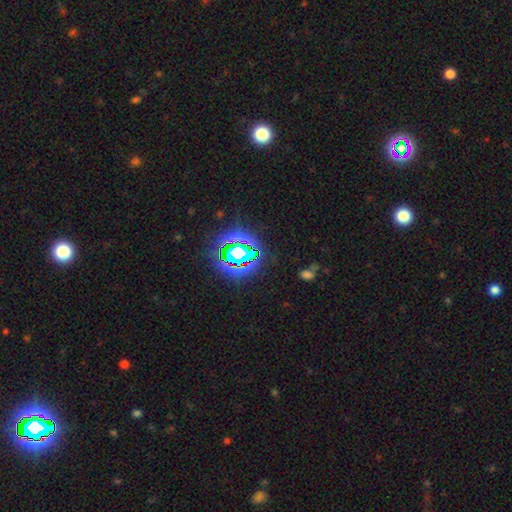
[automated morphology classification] The model was most divided on "smooth or featured": star or artifact: 80%, smooth: 13%, featured or disk: 7%.